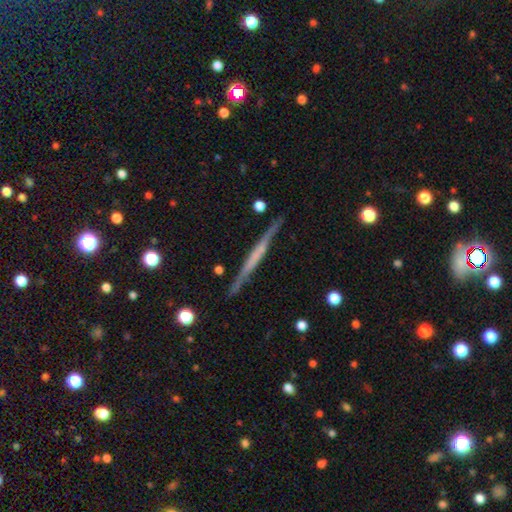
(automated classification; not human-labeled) This is likely a featured or disk galaxy (66%). It is clearly viewed edge-on (97%). Edge-on bulge: likely none (71%). Merging: clearly none (88%).